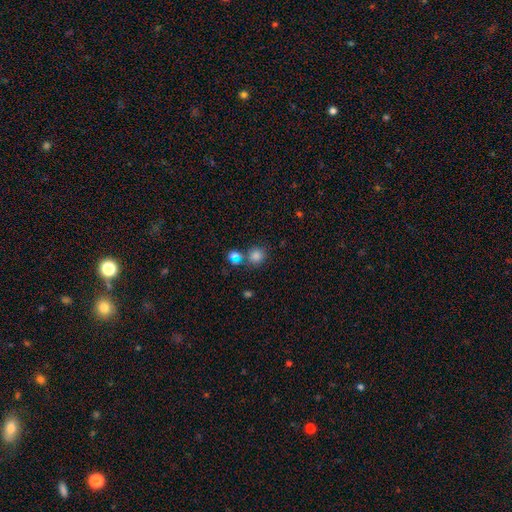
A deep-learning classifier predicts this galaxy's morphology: Q: Smooth or featured?
A: smooth (79%); runner-up: star or artifact (13%)
Q: How rounded?
A: round (82%); runner-up: in between (17%)
Q: Merging?
A: none (58%); runner-up: merger (26%)